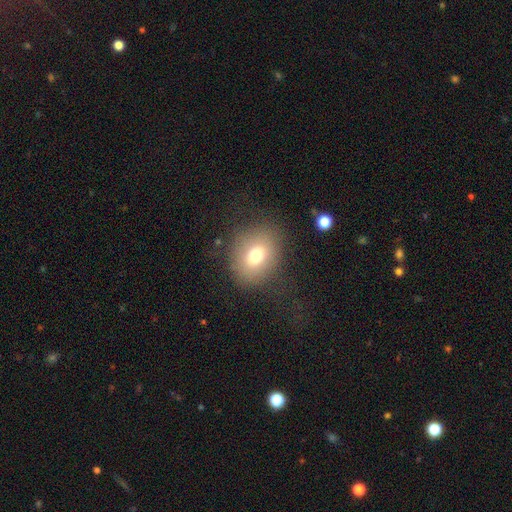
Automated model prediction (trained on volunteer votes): The model was most divided on "how rounded": round: 51%, in between: 48%, cigar-shaped: 1%. More confident: merging — none (76%); smooth or featured — smooth (72%).